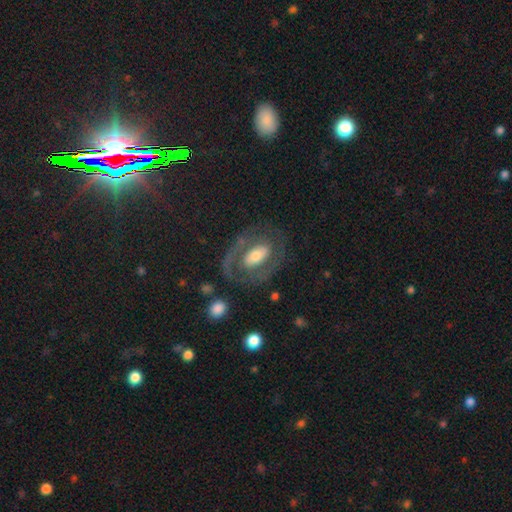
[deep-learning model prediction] Overall: featured or disk (66%; smooth 27%). Edge-on disk: no (94%). Bar: no (49%; weak 31%). Spiral arms: yes (56%; no 44%). Bulge size: moderate (51%; small 24%). Merging: none (68%).